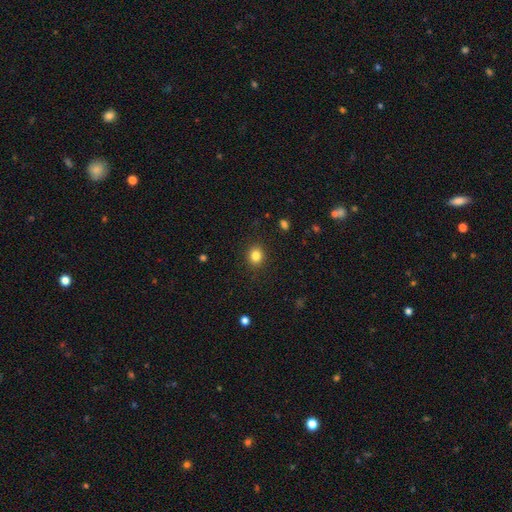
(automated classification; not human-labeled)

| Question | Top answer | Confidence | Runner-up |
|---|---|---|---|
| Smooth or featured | smooth | 84% | star or artifact (11%) |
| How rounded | round | 69% | in between (30%) |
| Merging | none | 89% | minor disturbance (7%) |